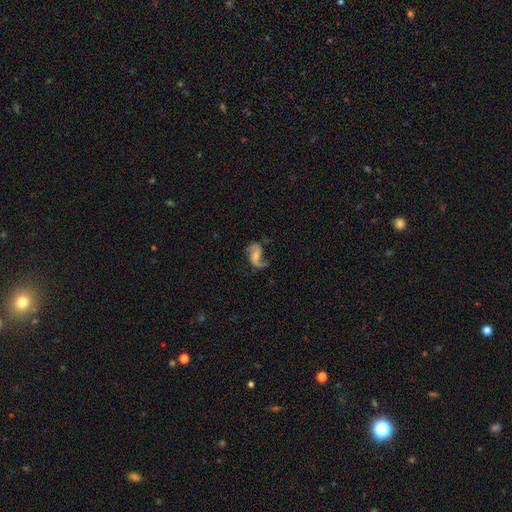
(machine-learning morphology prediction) featured or disk 80%, smooth 13%, star or artifact 7%. Down the decision tree: edge-on disk — no (97%); bar — no (48%); spiral arms — yes (94%); spiral arm count — 2 (86%); spiral winding — loose (70%); bulge size — small (46%); merging — none (60%).